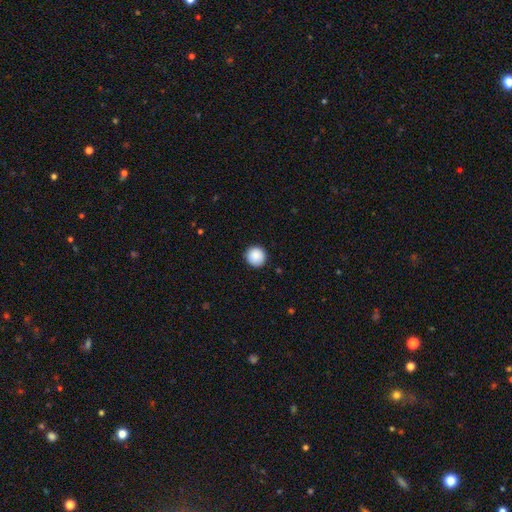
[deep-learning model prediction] A smooth galaxy with no disk features (89%) that is round (95%). Merging: none (91%).